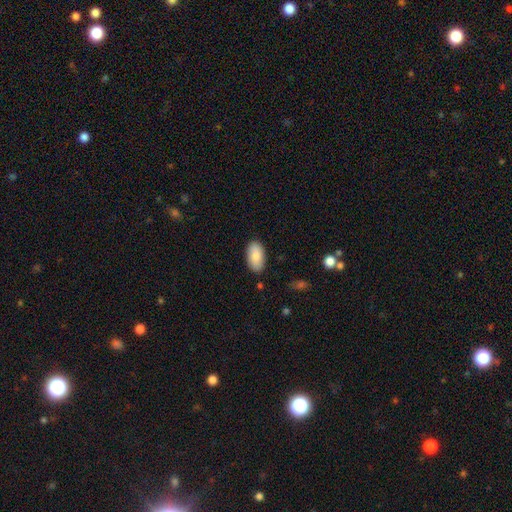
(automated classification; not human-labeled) A smooth galaxy with no disk features (84%) that is in between round and cigar-shaped (95%).

Vote fractions:
- Smooth or featured? smooth: 84% / featured or disk: 10% / star or artifact: 6%
- How rounded? in between: 95% / round: 3% / cigar-shaped: 2%
- Merging? none: 87% / minor disturbance: 10% / major disturbance: 2% / merger: 1%